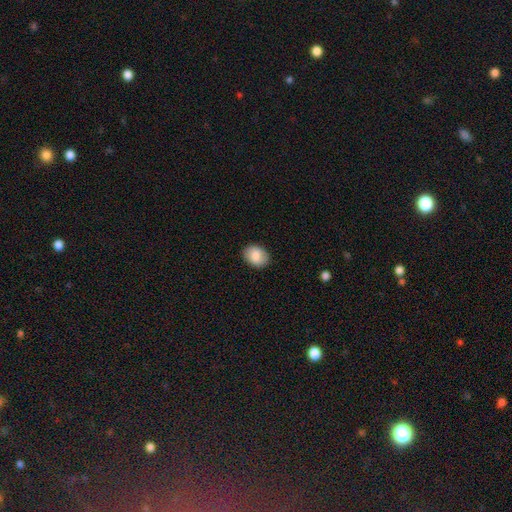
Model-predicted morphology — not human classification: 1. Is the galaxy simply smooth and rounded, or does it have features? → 85% smooth, 8% featured or disk, 7% star or artifact.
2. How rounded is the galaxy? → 64% in between, 35% round, 1% cigar-shaped.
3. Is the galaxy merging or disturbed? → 88% none, 9% minor disturbance, 2% major disturbance, 1% merger.